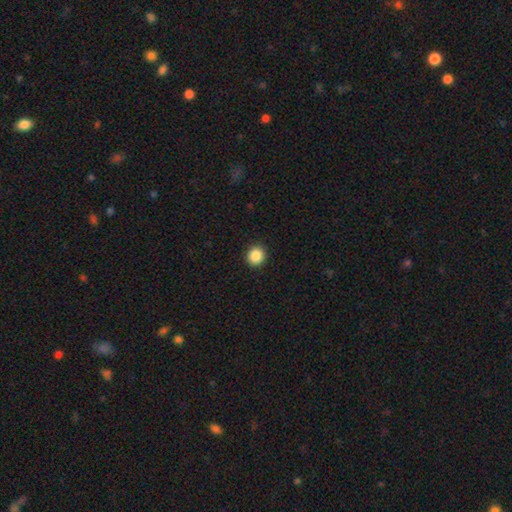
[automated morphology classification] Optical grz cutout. It shows a smooth galaxy with no disk features (88%) that is round (88%). Merging: none (92%).